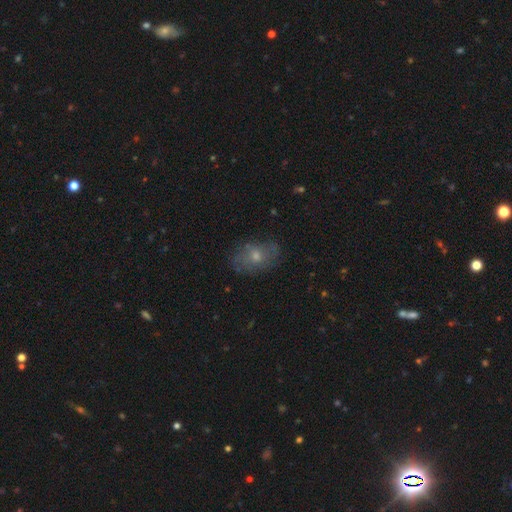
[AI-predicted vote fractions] smooth 47%, featured or disk 37%, star or artifact 16%. Down the decision tree: merging — none (73%).